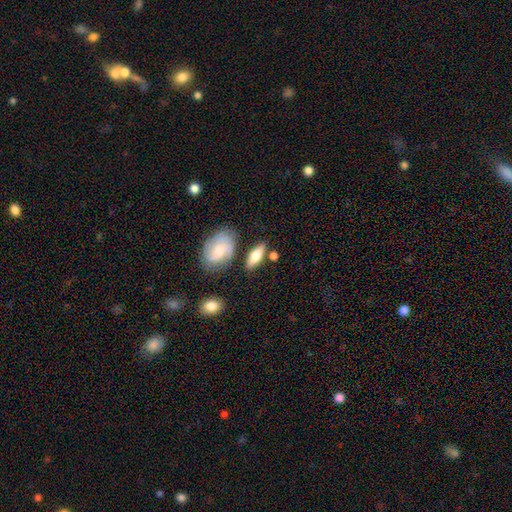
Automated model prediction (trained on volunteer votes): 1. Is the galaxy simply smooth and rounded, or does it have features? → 65% smooth, 28% featured or disk, 6% star or artifact.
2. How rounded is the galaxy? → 69% in between, 27% cigar-shaped, 4% round.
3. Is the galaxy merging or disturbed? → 71% none, 15% minor disturbance, 10% merger, 5% major disturbance.